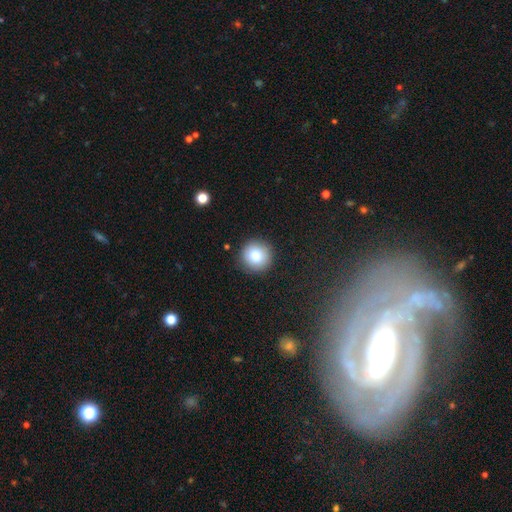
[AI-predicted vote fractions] A smooth galaxy with no disk features (84%) that is round (95%).

Vote fractions:
- Smooth or featured? smooth: 84% / star or artifact: 9% / featured or disk: 7%
- How rounded? round: 95% / in between: 4% / cigar-shaped: 1%
- Merging? none: 90% / minor disturbance: 7% / major disturbance: 2% / merger: 1%